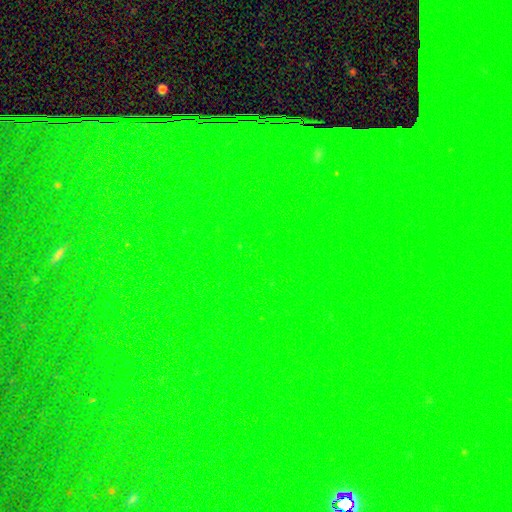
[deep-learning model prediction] Smooth or featured? Predicted: star or artifact (p=0.82).